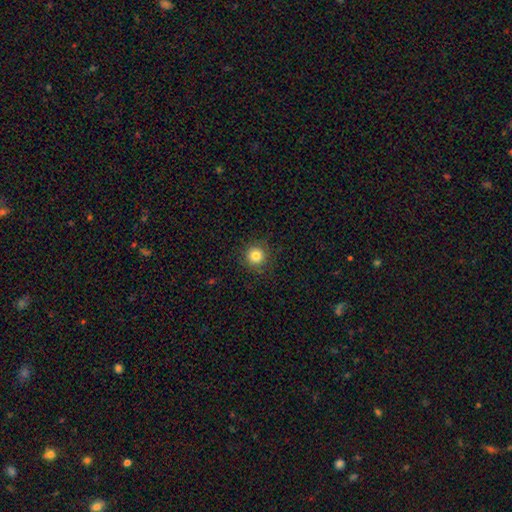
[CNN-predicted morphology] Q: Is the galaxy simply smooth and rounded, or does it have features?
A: smooth — 82%.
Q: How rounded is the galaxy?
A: round — 95%.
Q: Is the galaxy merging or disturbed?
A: none — 88%.